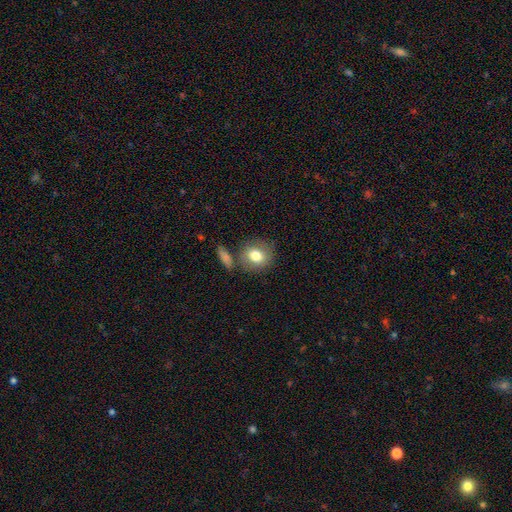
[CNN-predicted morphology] The model was most divided on "how rounded": round: 75%, in between: 23%, cigar-shaped: 1%. More confident: smooth or featured — smooth (78%); merging — none (71%).